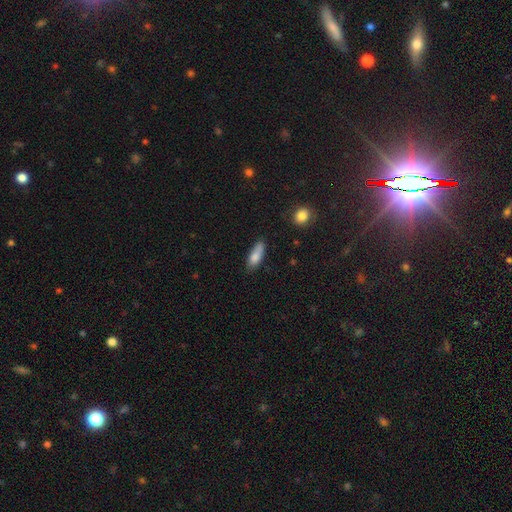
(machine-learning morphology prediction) This is clearly a smooth galaxy (82%). How rounded: likely in between (64%). Merging: likely none (68%).